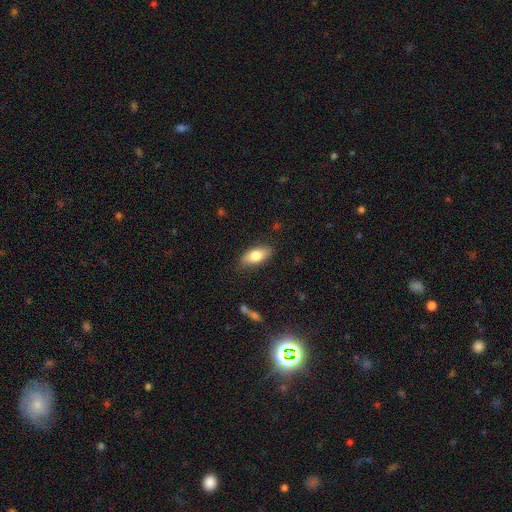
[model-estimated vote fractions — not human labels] Q: Smooth or featured?
A: smooth (76%); runner-up: featured or disk (17%)
Q: How rounded?
A: in between (86%); runner-up: cigar-shaped (11%)
Q: Merging?
A: none (84%); runner-up: minor disturbance (12%)